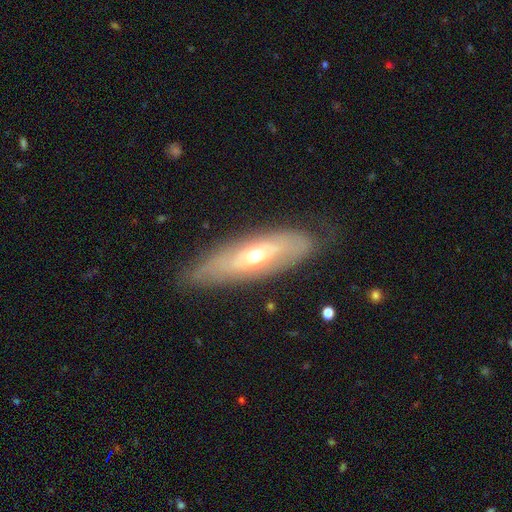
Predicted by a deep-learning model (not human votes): Smooth or featured: featured or disk — 59% (smooth — 34%)
Edge-on disk: no — 65% (yes — 35%)
Merging: none — 76% (minor disturbance — 17%)